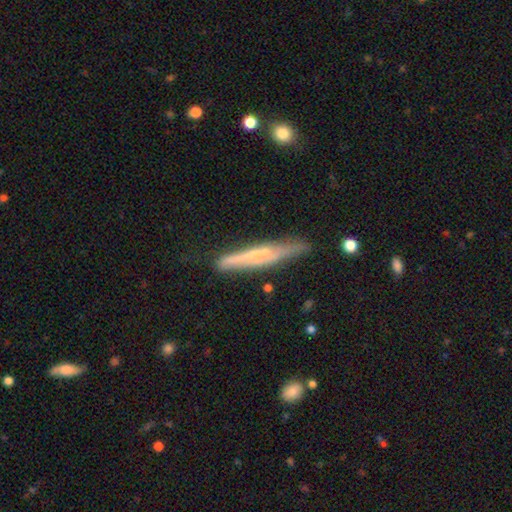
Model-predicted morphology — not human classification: smooth_or_featured: featured or disk (p=0.57) [alt: smooth p=0.37]
disk_edge_on: yes (p=0.89) [alt: no p=0.11]
edge_on_bulge: none (p=0.46) [alt: rounded p=0.45]
merging: none (p=0.68) [alt: minor disturbance p=0.21]